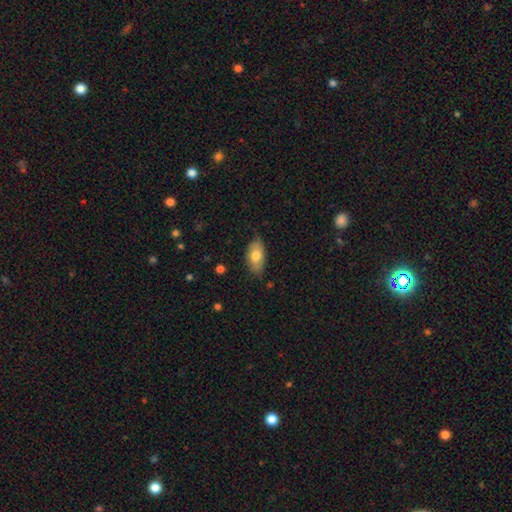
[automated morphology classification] Smooth or featured?
  - smooth: 75% *
  - featured or disk: 19%
  - star or artifact: 6%
How rounded?
  - in between: 91% *
  - cigar-shaped: 5%
  - round: 4%
Merging?
  - none: 78% *
  - minor disturbance: 19%
  - major disturbance: 3%
  - merger: 1%